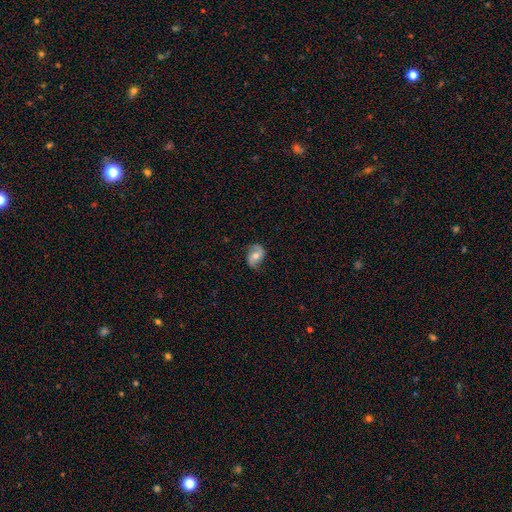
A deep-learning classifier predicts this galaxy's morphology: featured or disk 66%, smooth 27%, star or artifact 7%. Down the decision tree: edge-on disk — no (97%); bar — no (56%); spiral arms — yes (89%); spiral arm count — 2 (89%); spiral winding — loose (48%); bulge size — moderate (70%); merging — none (75%).